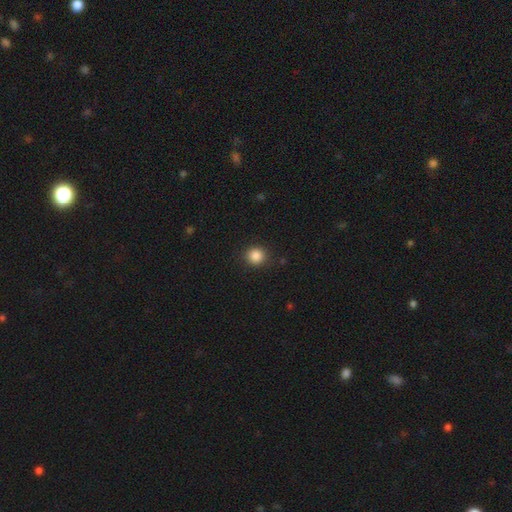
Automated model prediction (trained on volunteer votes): A smooth galaxy with no disk features (86%) that is round (90%).

Vote fractions:
- Smooth or featured? smooth: 86% / star or artifact: 11% / featured or disk: 3%
- How rounded? round: 90% / in between: 9% / cigar-shaped: 1%
- Merging? none: 89% / minor disturbance: 7% / major disturbance: 2% / merger: 1%